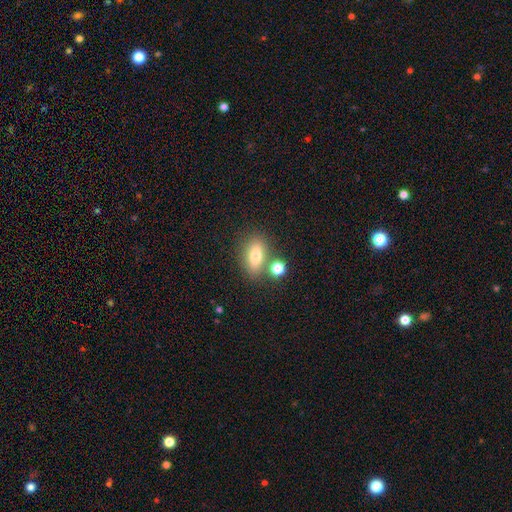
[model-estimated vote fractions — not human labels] Q: Smooth or featured?
A: smooth (70%); runner-up: featured or disk (19%)
Q: How rounded?
A: in between (74%); runner-up: round (15%)
Q: Merging?
A: none (67%); runner-up: merger (16%)